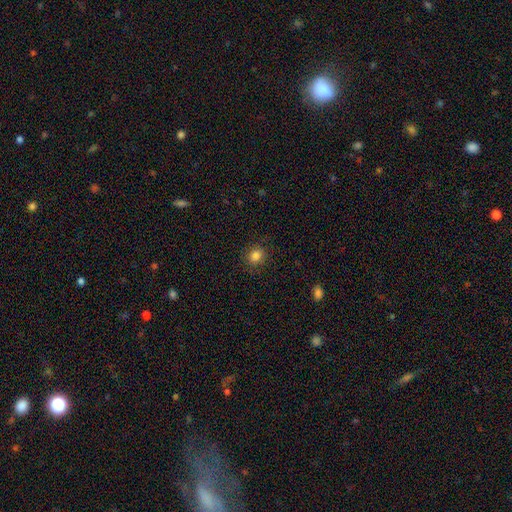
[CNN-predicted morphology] Smooth or featured?
  - smooth: 83% *
  - star or artifact: 12%
  - featured or disk: 5%
How rounded?
  - round: 77% *
  - in between: 22%
  - cigar-shaped: 1%
Merging?
  - none: 88% *
  - minor disturbance: 9%
  - major disturbance: 3%
  - merger: 1%